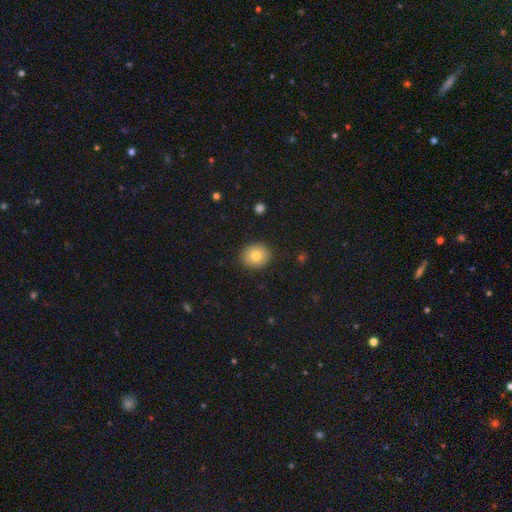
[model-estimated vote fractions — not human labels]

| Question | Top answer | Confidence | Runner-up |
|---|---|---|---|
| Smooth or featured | smooth | 80% | featured or disk (11%) |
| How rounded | round | 79% | in between (20%) |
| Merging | none | 89% | minor disturbance (7%) |